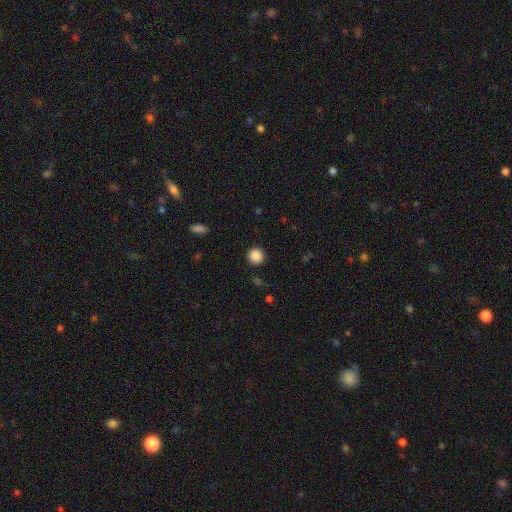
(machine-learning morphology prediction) smooth 87%, star or artifact 10%, featured or disk 3%. Down the decision tree: how rounded — round (94%); merging — none (91%).